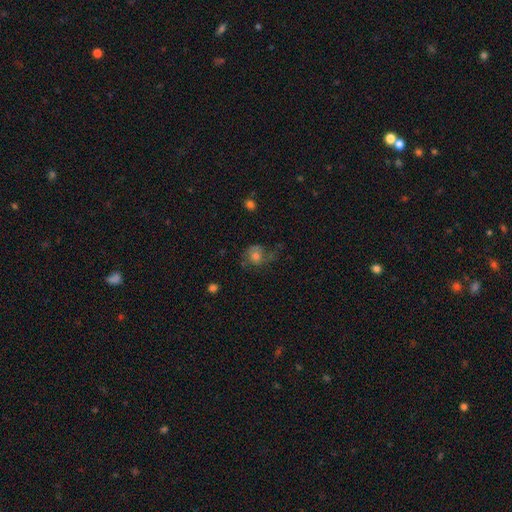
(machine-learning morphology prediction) Smooth or featured? Predicted: smooth (p=0.52). How rounded? Predicted: round (p=0.69). Merging? Predicted: none (p=0.44).